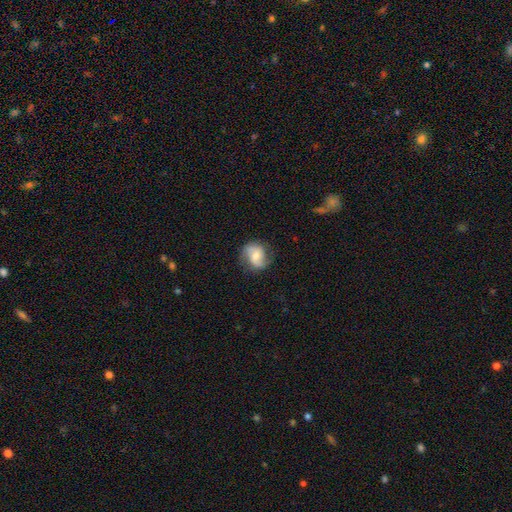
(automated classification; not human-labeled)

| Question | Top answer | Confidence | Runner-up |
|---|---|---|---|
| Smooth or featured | featured or disk | 63% | smooth (30%) |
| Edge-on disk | no | 97% | yes (3%) |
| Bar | no | 47% | weak (38%) |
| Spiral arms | yes | 90% | no (10%) |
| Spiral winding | medium | 42% | loose (38%) |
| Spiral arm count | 2 | 86% | can't tell (7%) |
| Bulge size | moderate | 54% | small (37%) |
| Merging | none | 73% | minor disturbance (18%) |